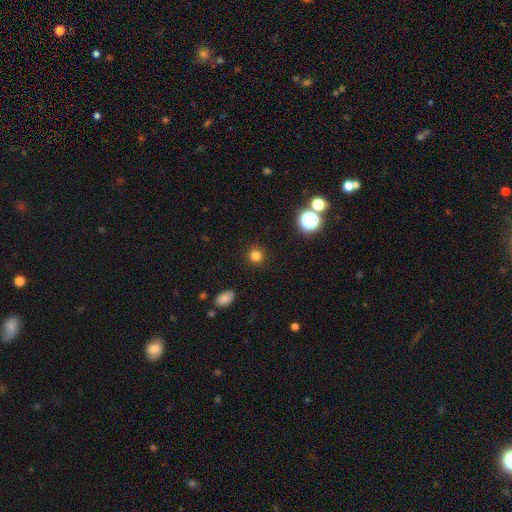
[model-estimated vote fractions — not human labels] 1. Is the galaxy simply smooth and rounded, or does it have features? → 80% smooth, 16% star or artifact, 5% featured or disk.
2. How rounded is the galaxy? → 92% round, 7% in between, 1% cigar-shaped.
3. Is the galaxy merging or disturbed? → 90% none, 6% minor disturbance, 2% major disturbance, 2% merger.